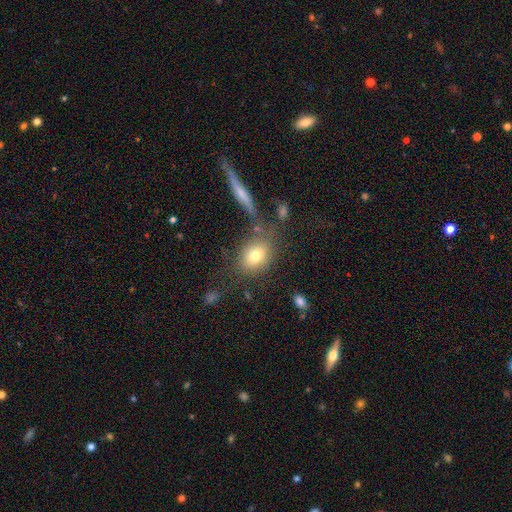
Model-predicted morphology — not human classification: Smooth or featured? Predicted: smooth (p=0.74). How rounded? Predicted: in between (p=0.51). Merging? Predicted: none (p=0.67).